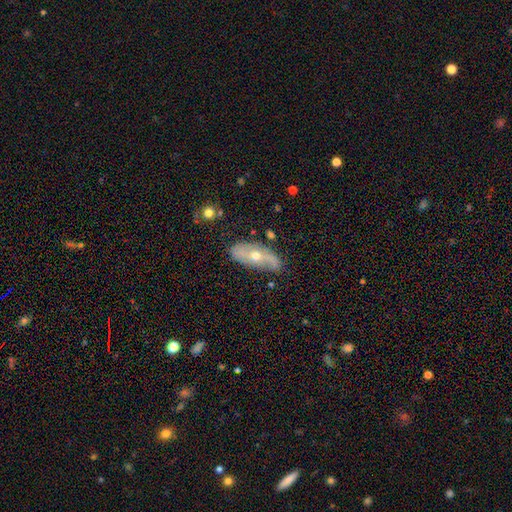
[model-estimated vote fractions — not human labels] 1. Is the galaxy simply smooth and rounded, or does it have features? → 59% featured or disk, 34% smooth, 7% star or artifact.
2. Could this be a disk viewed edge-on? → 79% no, 21% yes.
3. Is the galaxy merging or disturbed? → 69% none, 23% minor disturbance, 6% major disturbance, 3% merger.